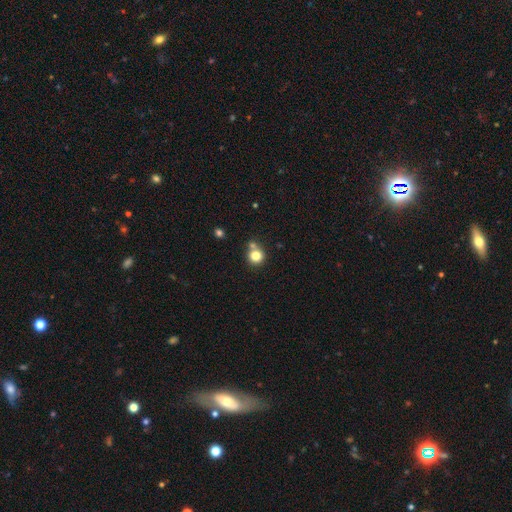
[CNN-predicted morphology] Q: Smooth or featured?
A: smooth (81%); runner-up: star or artifact (11%)
Q: How rounded?
A: round (89%); runner-up: in between (10%)
Q: Merging?
A: none (60%); runner-up: merger (27%)